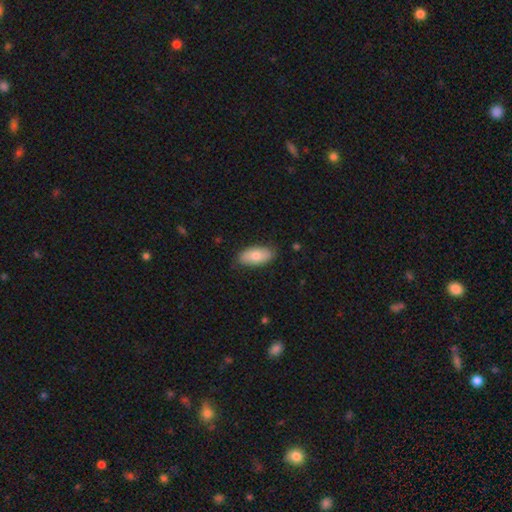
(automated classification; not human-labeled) This is likely a smooth galaxy (75%). How rounded: clearly in between (92%). Merging: clearly none (83%).